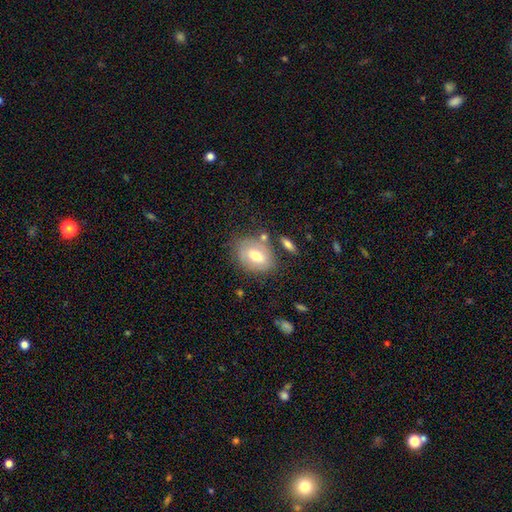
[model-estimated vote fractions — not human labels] A smooth galaxy with no disk features (56%) that is in between round and cigar-shaped (67%). Merging: none (65%).